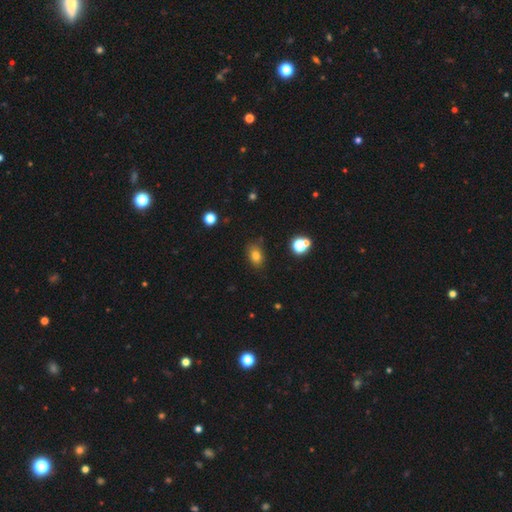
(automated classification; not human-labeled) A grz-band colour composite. It shows a smooth galaxy with no disk features (80%) that is in between round and cigar-shaped (76%). Merging: none (79%).